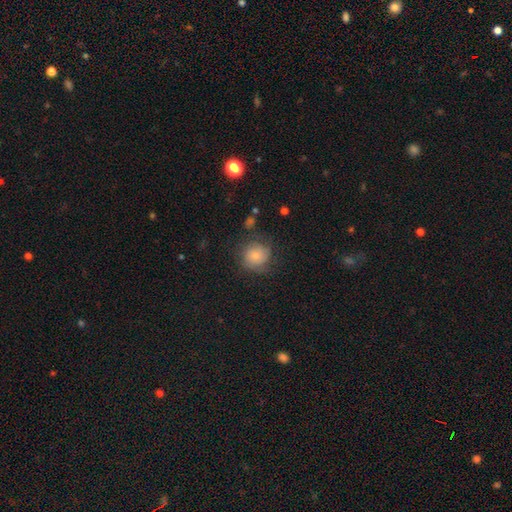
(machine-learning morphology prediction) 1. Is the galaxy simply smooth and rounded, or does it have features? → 59% smooth, 32% featured or disk, 9% star or artifact.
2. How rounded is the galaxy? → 86% round, 13% in between, 1% cigar-shaped.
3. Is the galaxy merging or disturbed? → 63% none, 22% minor disturbance, 13% major disturbance, 2% merger.